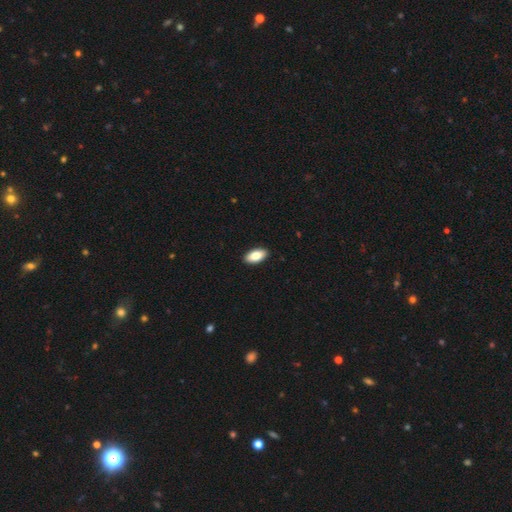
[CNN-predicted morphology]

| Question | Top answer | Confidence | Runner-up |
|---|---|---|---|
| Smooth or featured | smooth | 83% | featured or disk (11%) |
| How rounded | in between | 92% | cigar-shaped (5%) |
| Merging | none | 91% | minor disturbance (6%) |